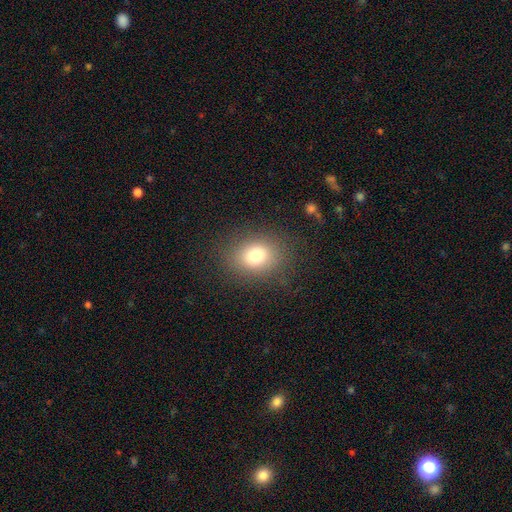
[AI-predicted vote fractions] smooth-or-featured: smooth: 76% | star or artifact: 14% | featured or disk: 10%
  how-rounded: round: 56% | in between: 43% | cigar-shaped: 1%
  merging: none: 83% | minor disturbance: 10% | major disturbance: 5% | merger: 1%